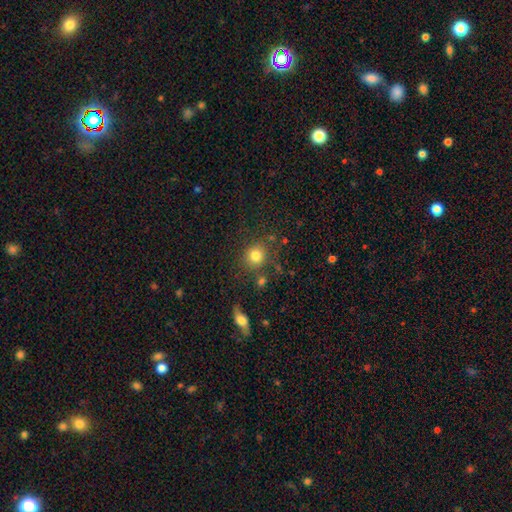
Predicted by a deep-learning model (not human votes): Overall: smooth (80%). How rounded: round (84%). Merging: none (76%).